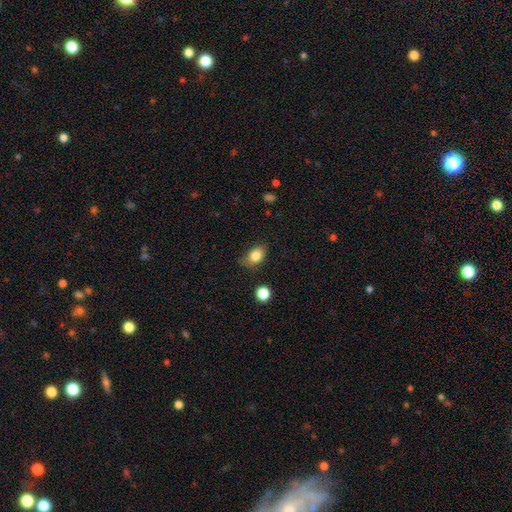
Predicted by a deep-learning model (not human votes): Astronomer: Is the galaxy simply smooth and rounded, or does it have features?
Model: smooth — 83%.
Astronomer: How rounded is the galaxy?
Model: in between — 78%.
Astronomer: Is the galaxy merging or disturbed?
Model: none — 72%.